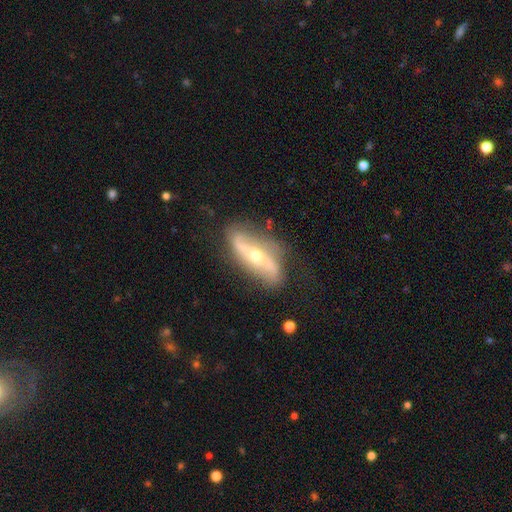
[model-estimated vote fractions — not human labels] This appears to be a featured or disk galaxy (79%) with no bar (41%), 2 (88%) loose (71%) spiral arms (83%) and a moderate central bulge (50%). Merging: none (73%).